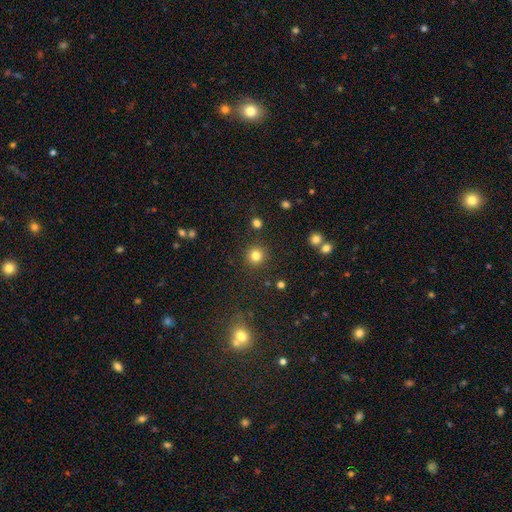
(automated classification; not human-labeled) Q: Smooth or featured?
A: smooth (82%); runner-up: star or artifact (13%)
Q: How rounded?
A: round (94%); runner-up: in between (5%)
Q: Merging?
A: none (90%); runner-up: minor disturbance (6%)